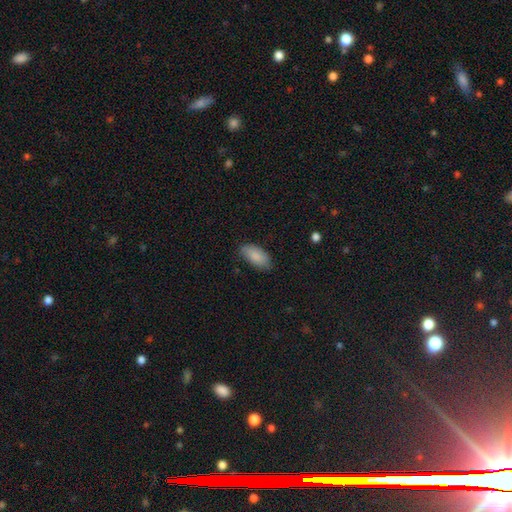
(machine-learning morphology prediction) Smooth or featured? Predicted: smooth (p=0.86). How rounded? Predicted: in between (p=0.93). Merging? Predicted: none (p=0.79).